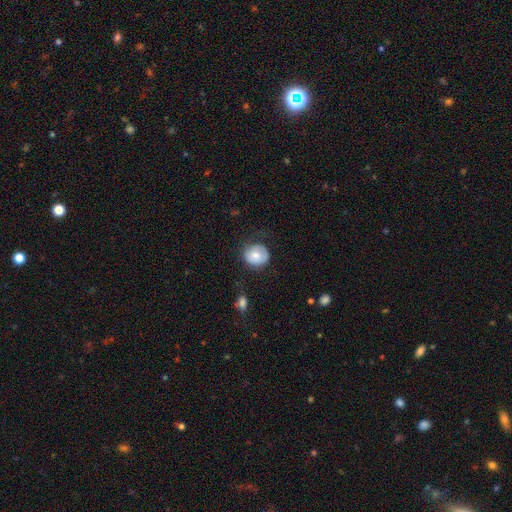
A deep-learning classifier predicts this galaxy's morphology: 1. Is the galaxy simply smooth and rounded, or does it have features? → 73% smooth, 20% featured or disk, 7% star or artifact.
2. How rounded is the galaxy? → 78% round, 21% in between, 1% cigar-shaped.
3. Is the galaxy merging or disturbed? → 60% none, 25% minor disturbance, 13% major disturbance, 2% merger.